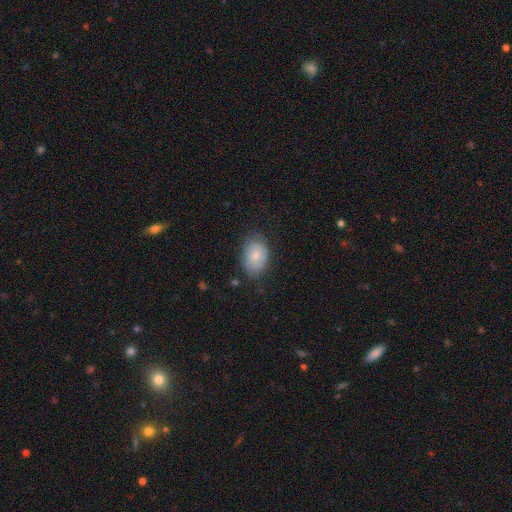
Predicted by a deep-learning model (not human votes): smooth_or_featured: smooth (p=0.78) [alt: featured or disk p=0.15]
how_rounded: in between (p=0.81) [alt: round p=0.18]
merging: none (p=0.72) [alt: minor disturbance p=0.21]